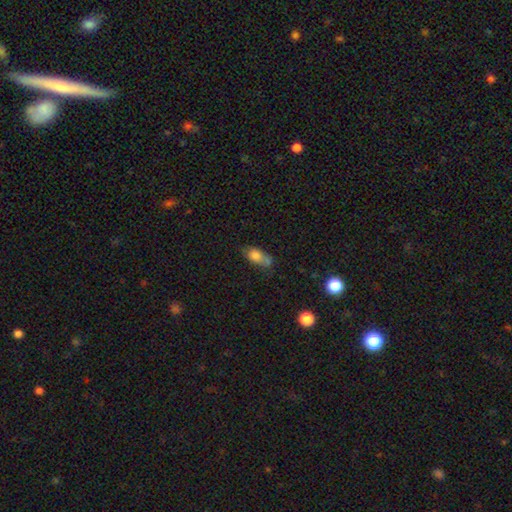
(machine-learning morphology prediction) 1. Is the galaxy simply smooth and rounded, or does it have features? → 76% smooth, 14% featured or disk, 10% star or artifact.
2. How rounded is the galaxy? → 78% in between, 15% round, 7% cigar-shaped.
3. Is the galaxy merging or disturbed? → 40% none, 27% merger, 24% minor disturbance, 9% major disturbance.